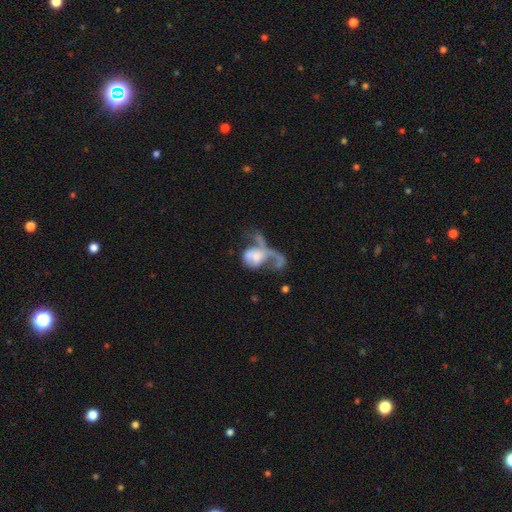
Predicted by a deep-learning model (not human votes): featured or disk 55%, smooth 36%, star or artifact 9%. Down the decision tree: edge-on disk — no (96%); bar — no (74%); spiral arms — no (50%, tied with yes); bulge size — moderate (38%); merging — major disturbance (50%).